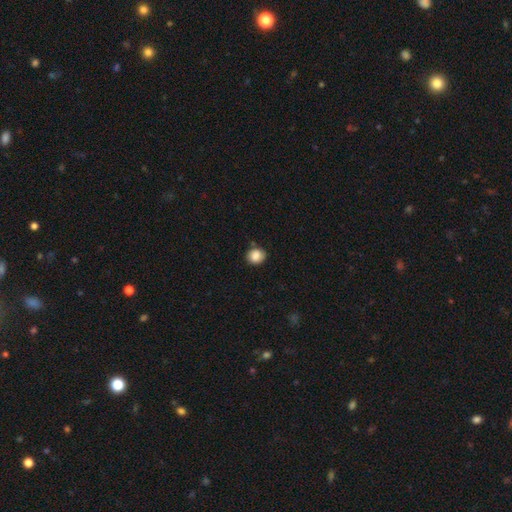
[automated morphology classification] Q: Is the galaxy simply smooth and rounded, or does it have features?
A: smooth — 86%.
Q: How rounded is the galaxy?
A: round — 79%.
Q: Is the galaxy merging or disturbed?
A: none — 79%.